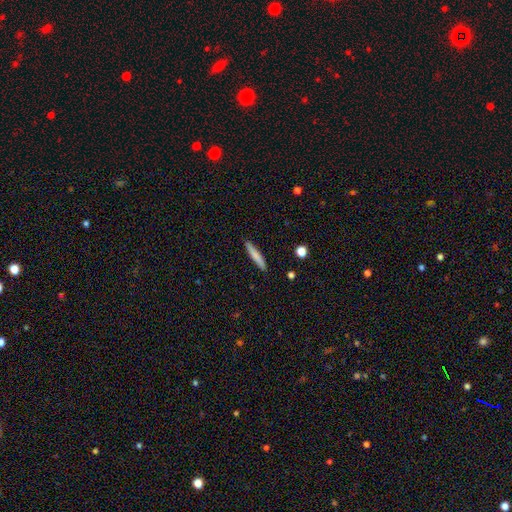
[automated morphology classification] smooth 76%, featured or disk 18%, star or artifact 6%. Down the decision tree: how rounded — cigar-shaped (92%); merging — none (90%).